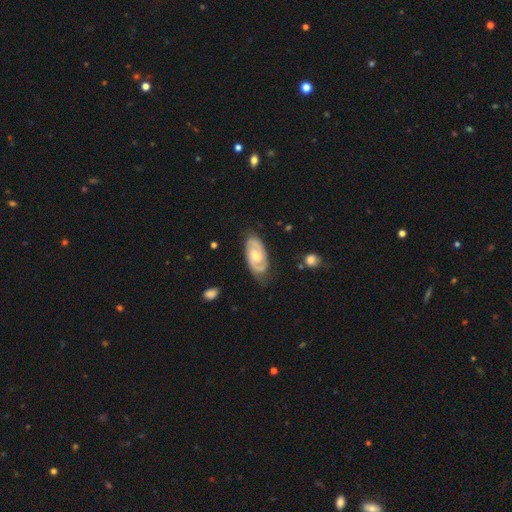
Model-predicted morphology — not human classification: A featured or disk galaxy (83%) with no bar (51%), 2 (88%) tight (51%) spiral arms (96%) and a moderate central bulge (53%). Merging: none (77%).